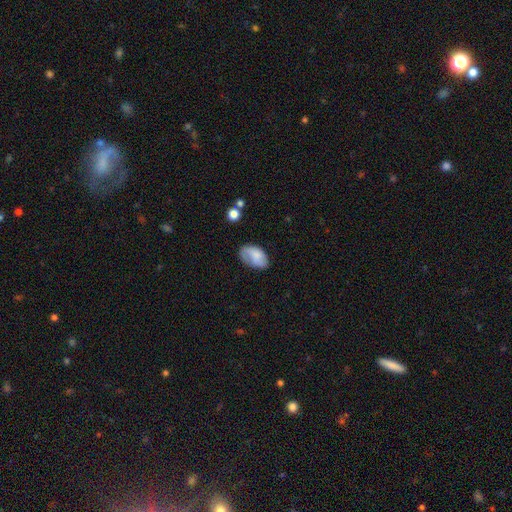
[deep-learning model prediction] A smooth galaxy with no disk features (74%) that is in between round and cigar-shaped (92%).

Vote fractions:
- Smooth or featured? smooth: 74% / featured or disk: 18% / star or artifact: 8%
- How rounded? in between: 92% / round: 7% / cigar-shaped: 1%
- Merging? none: 56% / minor disturbance: 30% / major disturbance: 11% / merger: 3%